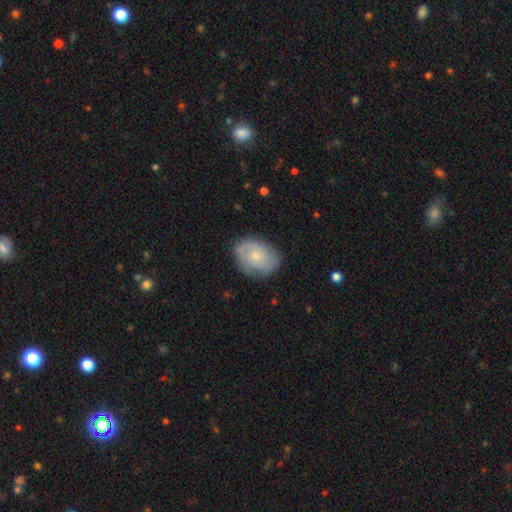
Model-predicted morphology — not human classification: Smooth or featured: featured or disk — 54% (smooth — 39%)
Edge-on disk: no — 97% (yes — 3%)
Bar: no — 77% (weak — 21%)
Spiral arms: yes — 84% (no — 16%)
Bulge size: small — 60% (moderate — 31%)
Merging: none — 77% (minor disturbance — 17%)